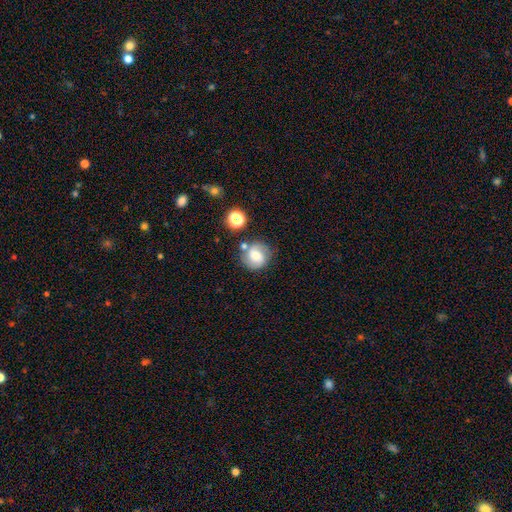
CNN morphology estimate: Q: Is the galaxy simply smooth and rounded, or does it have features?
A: featured or disk — 49%.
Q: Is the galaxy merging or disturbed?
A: none — 67%.